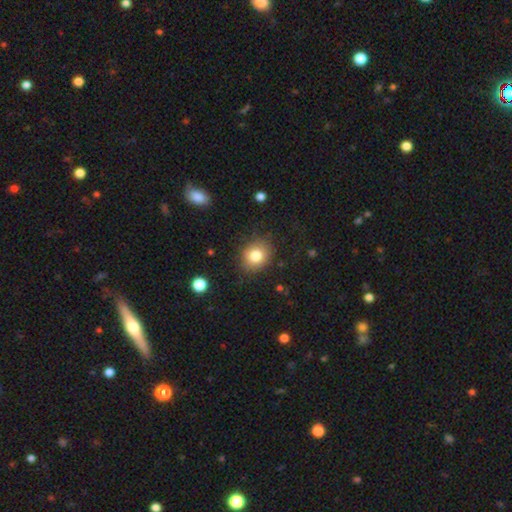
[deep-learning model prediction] Smooth or featured?
  - smooth: 81% *
  - star or artifact: 10%
  - featured or disk: 9%
How rounded?
  - round: 60% *
  - in between: 40%
  - cigar-shaped: 1%
Merging?
  - none: 82% *
  - minor disturbance: 13%
  - major disturbance: 4%
  - merger: 1%